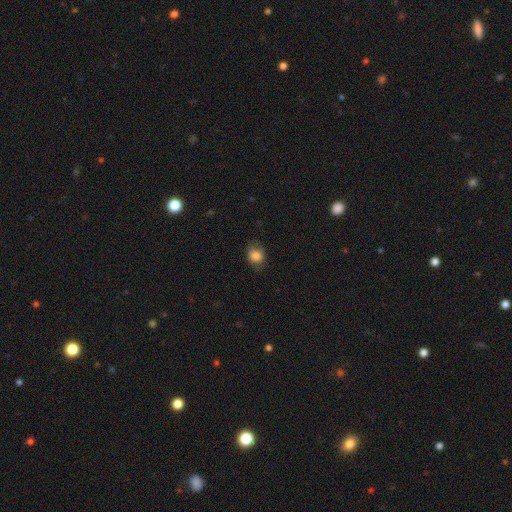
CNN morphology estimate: Smooth or featured? smooth (79%)
How rounded? in between (55%)
Merging? none (71%)